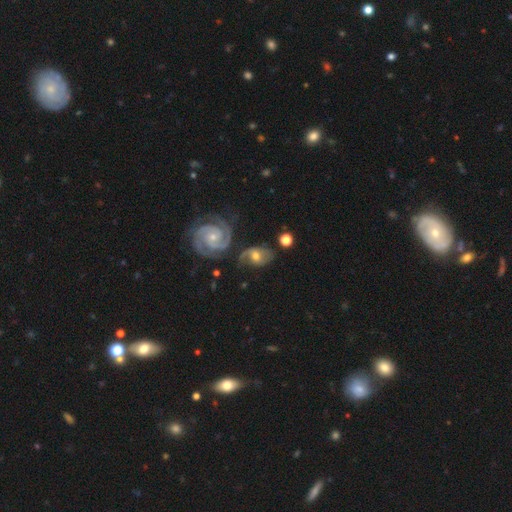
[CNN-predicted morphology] smooth-or-featured: featured or disk: 68% | smooth: 25% | star or artifact: 7%
  disk-edge-on: no: 96% | yes: 4%
    bar: no: 57% | weak: 34% | strong: 9%
    has-spiral-arms: yes: 92% | no: 8%
      spiral-winding: medium: 44% | tight: 40% | loose: 16%
      spiral-arm-count: 2: 75% | can't tell: 9% | 3: 7% | 1: 5% | 4: 2% | more than 4: 2%
    bulge-size: moderate: 52% | small: 40% | large: 5% | none: 2% | dominant: 1%
  merging: none: 53% | minor disturbance: 22% | major disturbance: 13% | merger: 12%